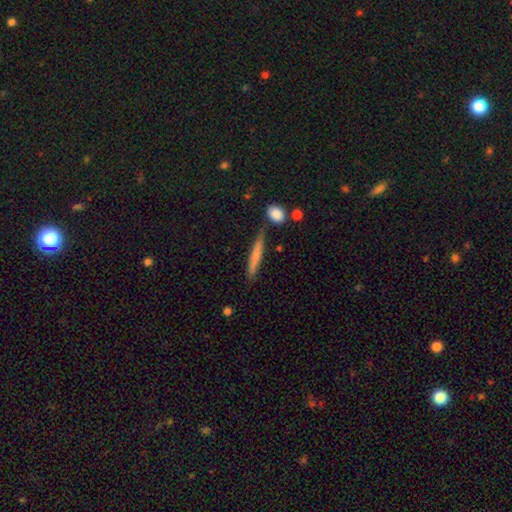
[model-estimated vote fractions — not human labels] The model was most divided on "smooth or featured": smooth: 64%, featured or disk: 30%, star or artifact: 6%. More confident: how rounded — cigar-shaped (93%); merging — none (80%).